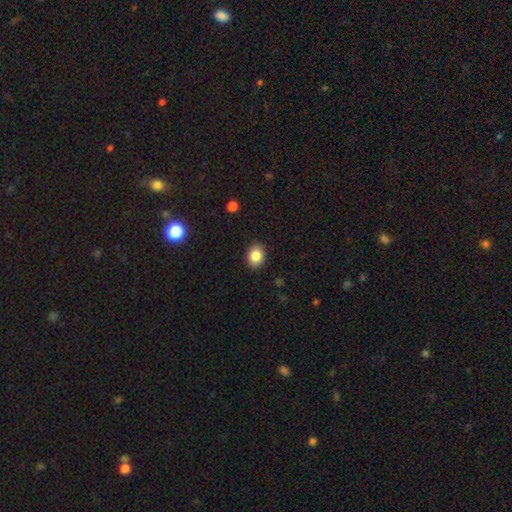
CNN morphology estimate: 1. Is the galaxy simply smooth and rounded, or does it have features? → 86% smooth, 9% star or artifact, 5% featured or disk.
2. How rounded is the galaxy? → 50% in between, 49% round, 1% cigar-shaped.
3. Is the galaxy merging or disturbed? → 89% none, 8% minor disturbance, 2% major disturbance, 1% merger.